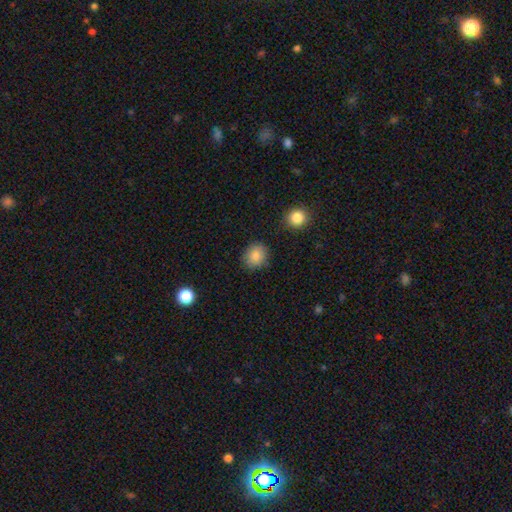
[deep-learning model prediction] This is clearly a smooth galaxy (86%). How rounded: likely round (76%). Merging: clearly none (86%).